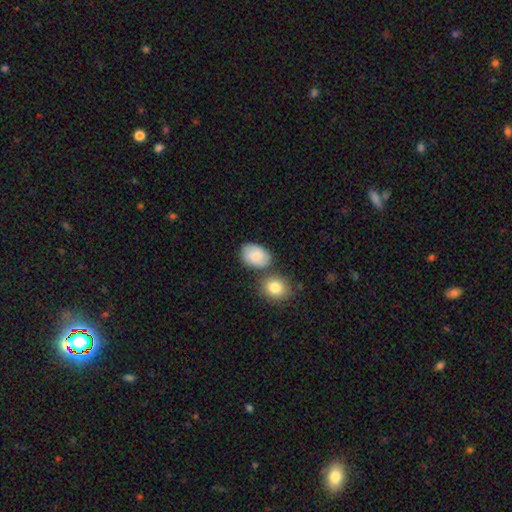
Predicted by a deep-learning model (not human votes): Smooth or featured? Predicted: smooth (p=0.71). How rounded? Predicted: in between (p=0.78). Merging? Predicted: none (p=0.61).